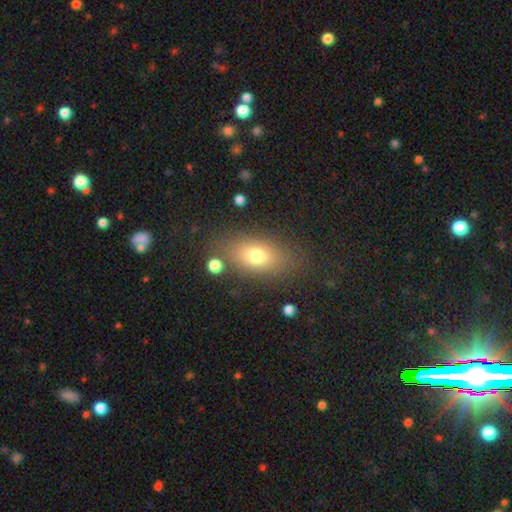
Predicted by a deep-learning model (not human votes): Smooth or featured? smooth (74%)
How rounded? in between (80%)
Merging? none (77%)